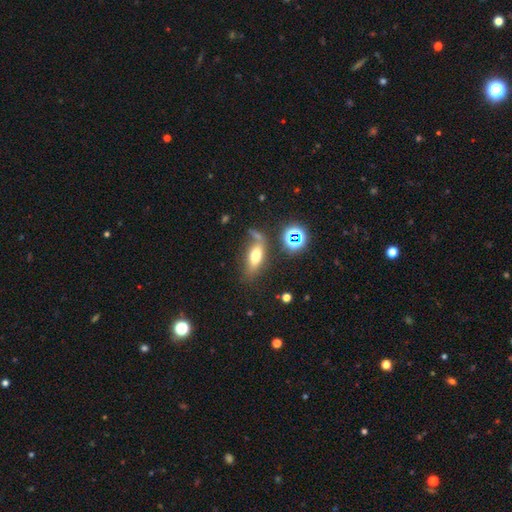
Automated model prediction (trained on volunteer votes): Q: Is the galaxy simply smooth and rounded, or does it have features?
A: smooth — 61%.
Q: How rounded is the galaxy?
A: in between — 71%.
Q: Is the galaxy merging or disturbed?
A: none — 55%.